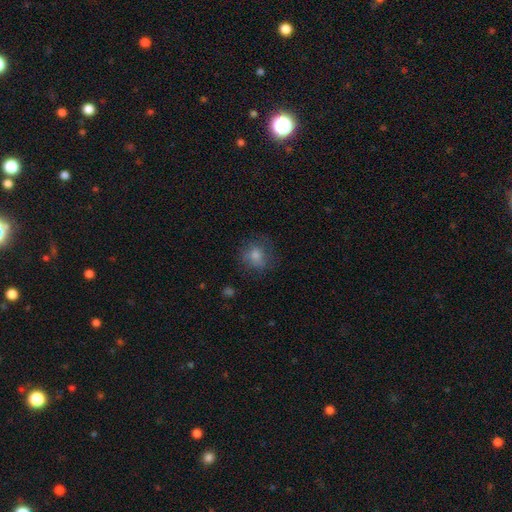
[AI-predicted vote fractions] smooth-or-featured: smooth: 76% | featured or disk: 14% | star or artifact: 10%
  how-rounded: round: 81% | in between: 18% | cigar-shaped: 1%
  merging: none: 66% | minor disturbance: 20% | major disturbance: 12% | merger: 2%